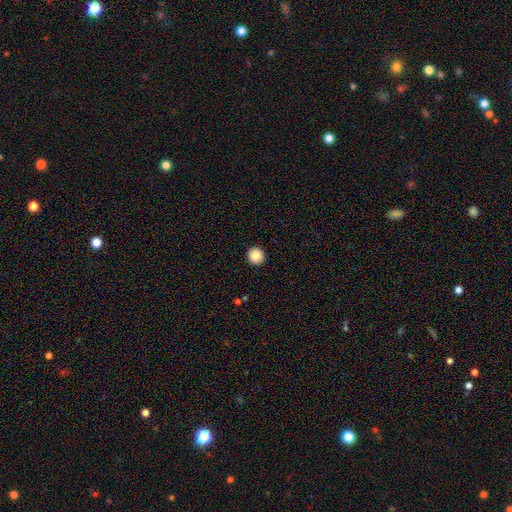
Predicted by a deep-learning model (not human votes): smooth 87%, star or artifact 9%, featured or disk 4%. Down the decision tree: how rounded — round (96%); merging — none (94%).